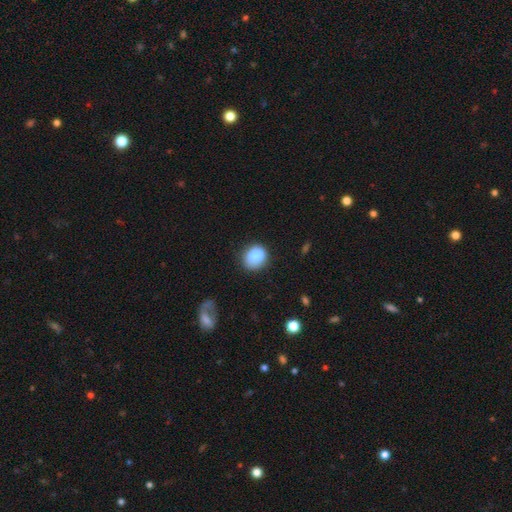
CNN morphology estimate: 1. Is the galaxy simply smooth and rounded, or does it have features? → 84% smooth, 8% star or artifact, 8% featured or disk.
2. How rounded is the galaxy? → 67% round, 32% in between, 1% cigar-shaped.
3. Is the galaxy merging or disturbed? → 70% none, 19% minor disturbance, 6% major disturbance, 5% merger.